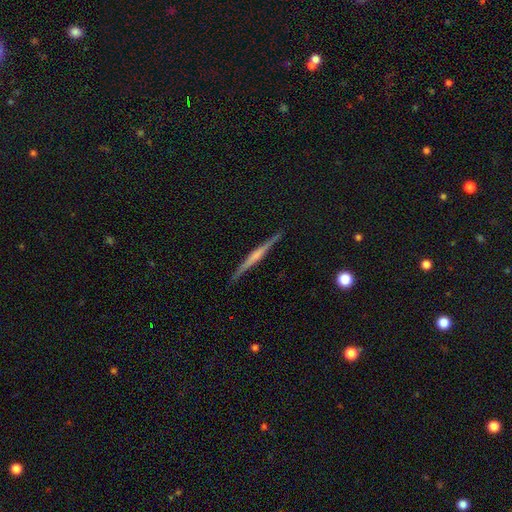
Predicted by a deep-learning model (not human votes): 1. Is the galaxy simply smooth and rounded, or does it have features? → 73% featured or disk, 20% smooth, 6% star or artifact.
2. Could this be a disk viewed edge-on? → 98% yes, 2% no.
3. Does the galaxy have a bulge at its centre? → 51% rounded, 27% none, 22% boxy.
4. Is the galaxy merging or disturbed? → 91% none, 7% minor disturbance, 1% major disturbance, 1% merger.